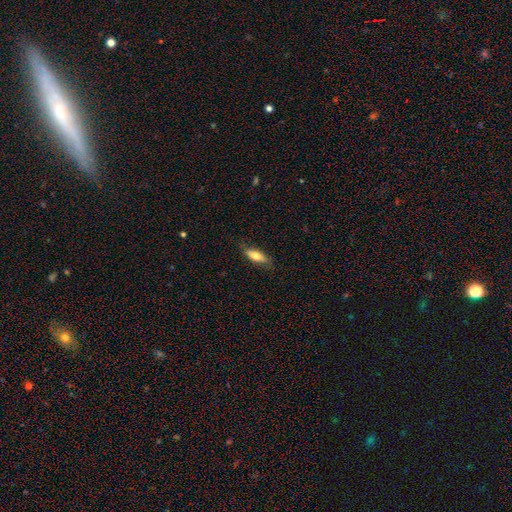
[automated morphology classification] Smooth or featured? Predicted: smooth (p=0.72). How rounded? Predicted: in between (p=0.62). Merging? Predicted: none (p=0.79).